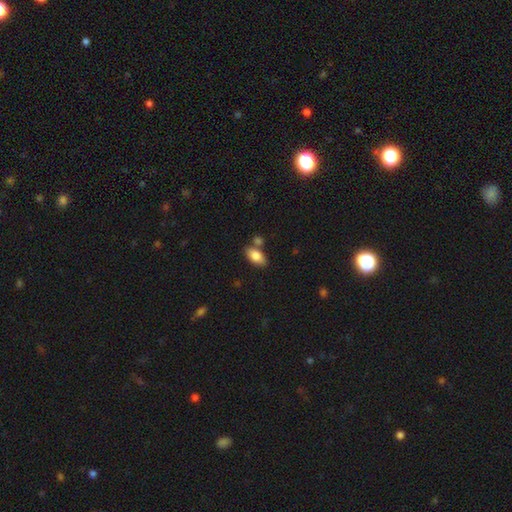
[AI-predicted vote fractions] smooth_or_featured: smooth (p=0.83) [alt: featured or disk p=0.11]
how_rounded: in between (p=0.91) [alt: cigar-shaped p=0.05]
merging: none (p=0.69) [alt: merger p=0.16]